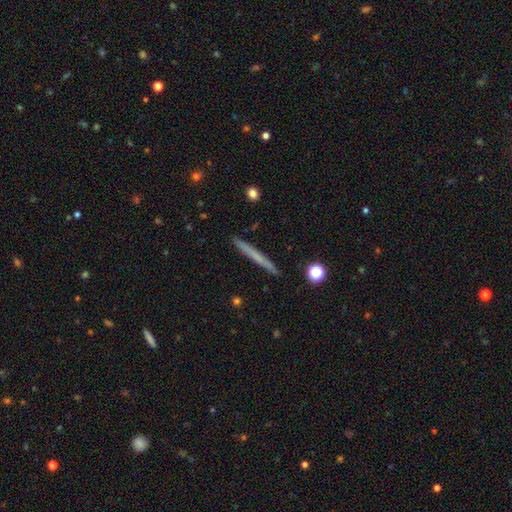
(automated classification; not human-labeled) smooth_or_featured: smooth (p=0.55) [alt: featured or disk p=0.39]
how_rounded: cigar-shaped (p=0.97) [alt: in between p=0.02]
merging: none (p=0.92) [alt: minor disturbance p=0.05]